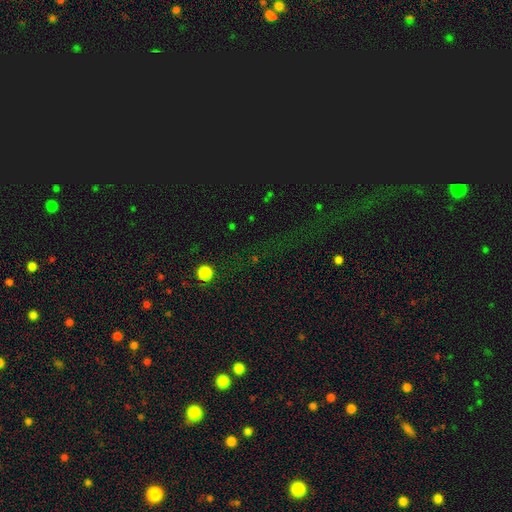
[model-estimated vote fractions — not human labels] Smooth or featured?
  - star or artifact: 74% *
  - smooth: 18%
  - featured or disk: 9%